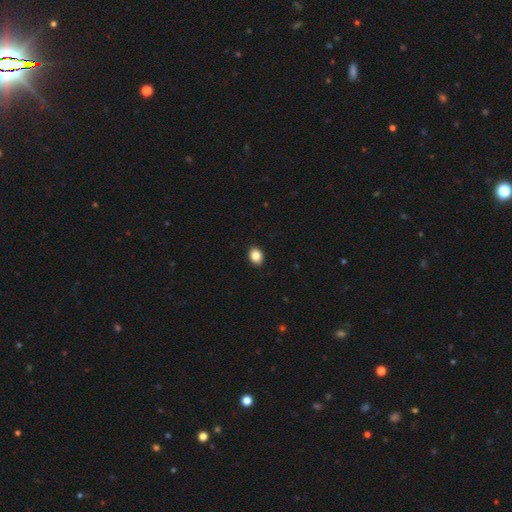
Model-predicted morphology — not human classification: Smooth or featured: smooth — 86% (star or artifact — 9%)
How rounded: in between — 60% (round — 39%)
Merging: none — 90% (minor disturbance — 7%)